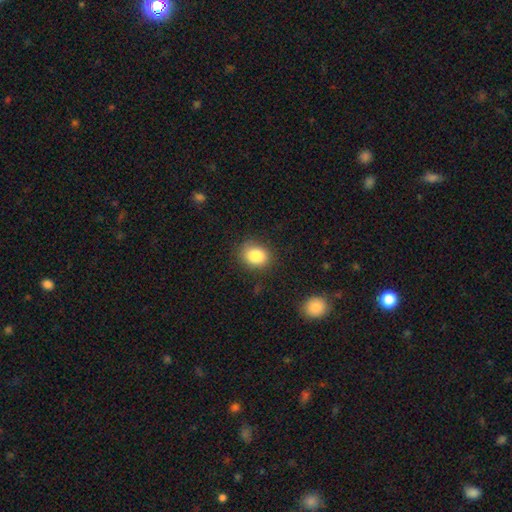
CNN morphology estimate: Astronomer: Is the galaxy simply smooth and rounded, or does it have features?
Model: smooth — 85%.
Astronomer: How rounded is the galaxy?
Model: round — 51% (runner-up: in between, 48%).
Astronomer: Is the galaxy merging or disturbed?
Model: none — 83%.